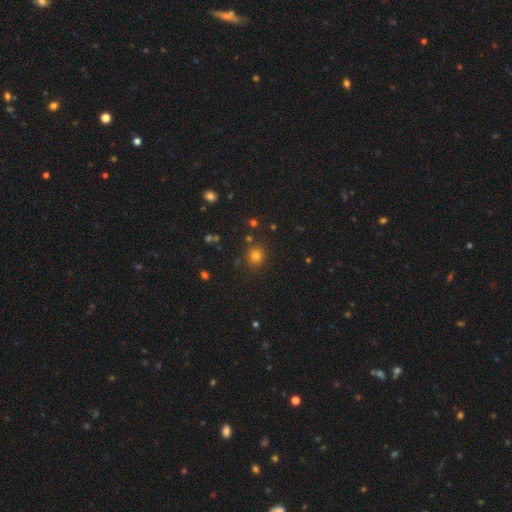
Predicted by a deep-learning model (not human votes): smooth 78%, star or artifact 17%, featured or disk 6%. Down the decision tree: how rounded — round (86%); merging — none (85%).